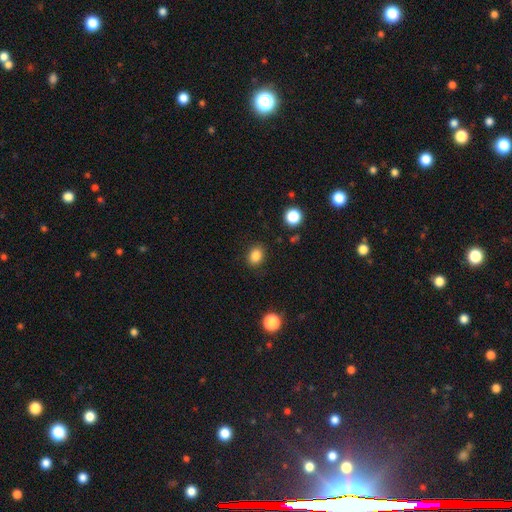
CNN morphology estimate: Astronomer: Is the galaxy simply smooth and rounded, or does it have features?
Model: smooth — 85%.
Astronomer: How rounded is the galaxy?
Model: in between — 58% (runner-up: round, 41%).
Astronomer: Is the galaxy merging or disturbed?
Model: none — 87%.